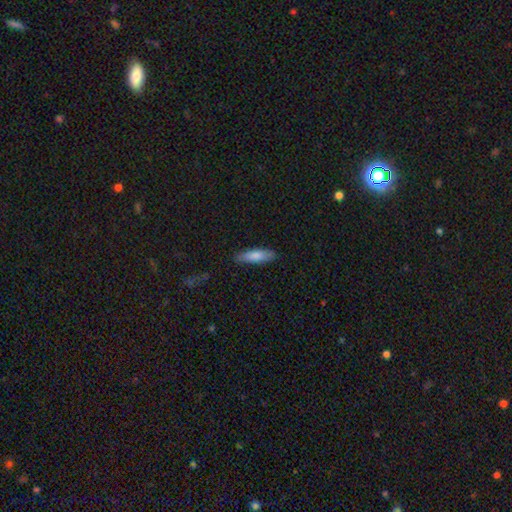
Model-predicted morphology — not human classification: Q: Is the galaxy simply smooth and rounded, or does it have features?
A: smooth — 82%.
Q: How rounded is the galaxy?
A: cigar-shaped — 62%.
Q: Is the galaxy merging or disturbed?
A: none — 86%.